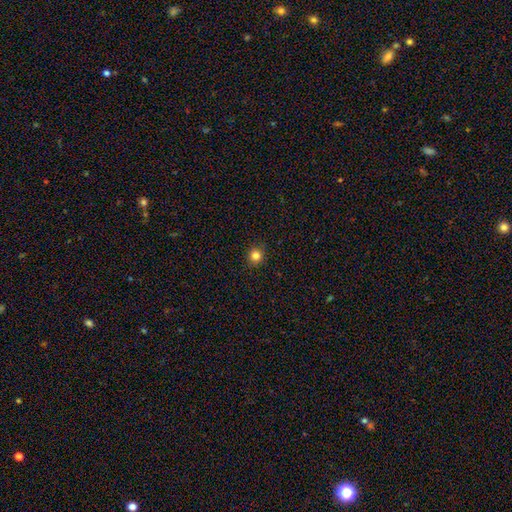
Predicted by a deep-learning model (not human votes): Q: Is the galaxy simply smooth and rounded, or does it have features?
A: smooth — 82%.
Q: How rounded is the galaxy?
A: round — 90%.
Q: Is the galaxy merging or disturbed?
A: none — 89%.